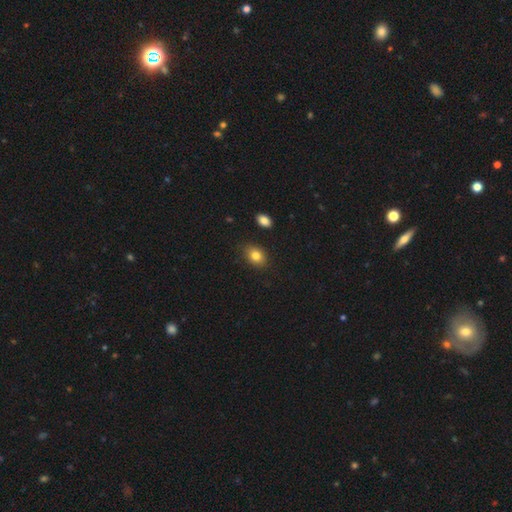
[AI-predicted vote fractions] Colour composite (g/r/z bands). It shows a smooth galaxy with no disk features (82%) that is in between round and cigar-shaped (65%). Merging: none (84%).